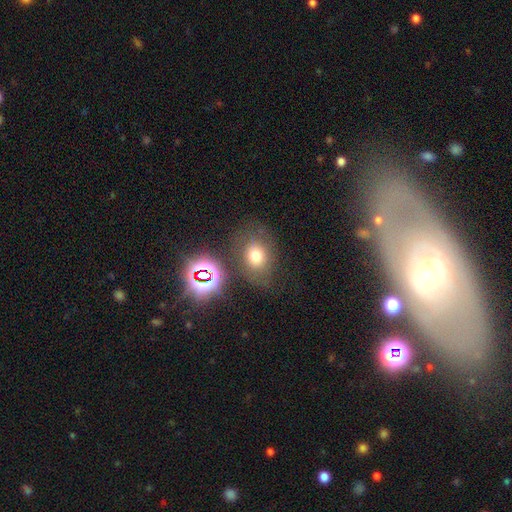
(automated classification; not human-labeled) Smooth or featured? smooth (68%)
How rounded? in between (53%)
Merging? none (69%)